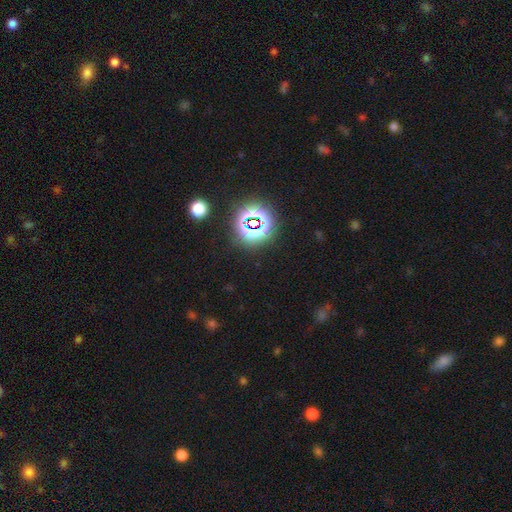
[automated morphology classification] type=star or artifact (77%).